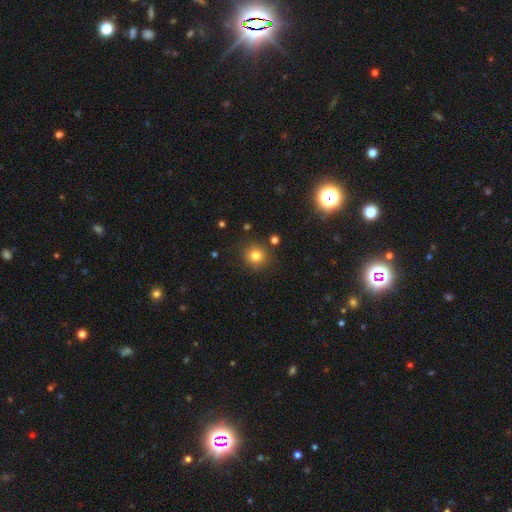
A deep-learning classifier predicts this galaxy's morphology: A smooth galaxy with no disk features (80%) that is round (91%). Merging: none (86%).